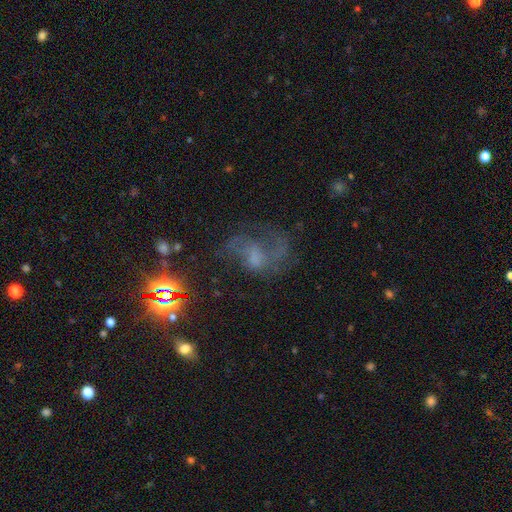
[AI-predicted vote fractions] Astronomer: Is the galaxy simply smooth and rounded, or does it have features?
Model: featured or disk — 52% (runner-up: star or artifact, 28%).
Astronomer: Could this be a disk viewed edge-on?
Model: no — 96%.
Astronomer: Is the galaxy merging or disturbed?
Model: none — 40% (runner-up: major disturbance, 37%).